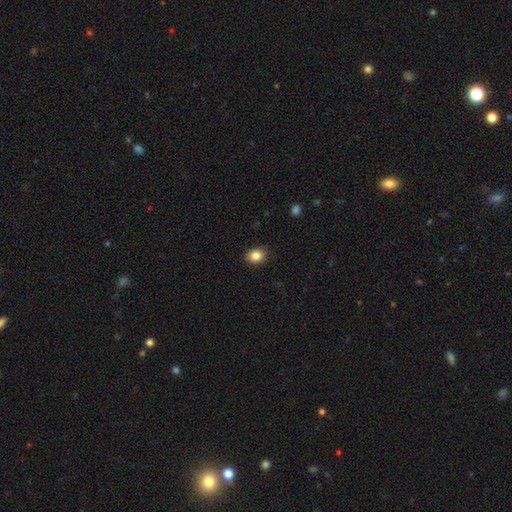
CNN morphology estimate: smooth-or-featured: smooth: 85% | star or artifact: 10% | featured or disk: 5%
  how-rounded: round: 58% | in between: 41% | cigar-shaped: 1%
  merging: none: 89% | minor disturbance: 8% | major disturbance: 2% | merger: 1%